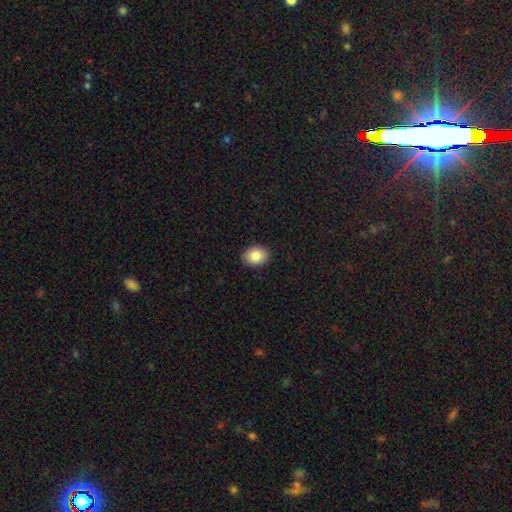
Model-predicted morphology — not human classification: Smooth or featured?
  - smooth: 85% *
  - star or artifact: 8%
  - featured or disk: 7%
How rounded?
  - in between: 72% *
  - round: 27%
  - cigar-shaped: 1%
Merging?
  - none: 90% *
  - minor disturbance: 7%
  - major disturbance: 2%
  - merger: 1%